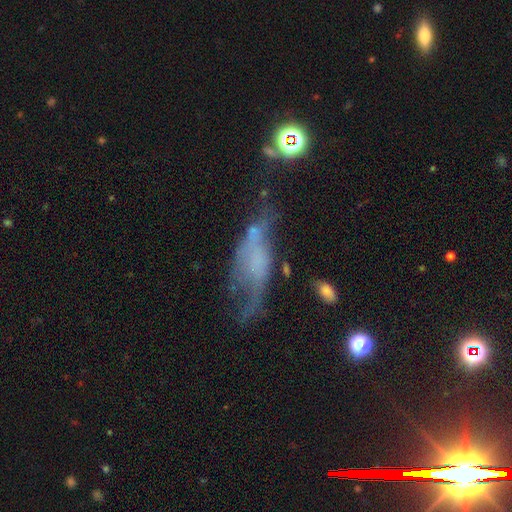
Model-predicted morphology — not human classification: A featured or disk galaxy (57%).

Vote fractions:
- Smooth or featured? featured or disk: 57% / smooth: 28% / star or artifact: 15%
- Edge-on disk? no: 75% / yes: 25%
- Merging? none: 36% / major disturbance: 31% / minor disturbance: 26% / merger: 8%